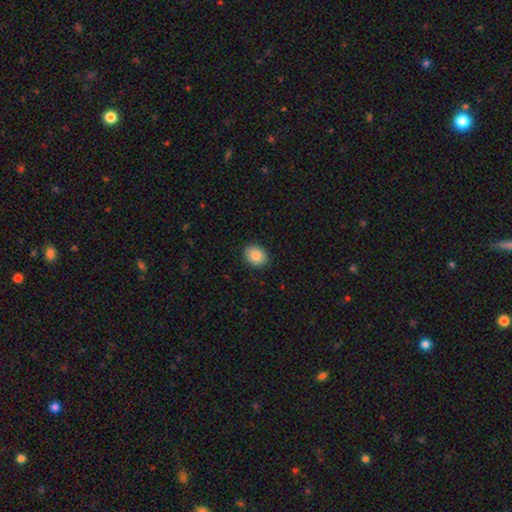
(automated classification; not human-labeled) A smooth galaxy with no disk features (88%) that is in between round and cigar-shaped (52%).

Vote fractions:
- Smooth or featured? smooth: 88% / star or artifact: 8% / featured or disk: 4%
- How rounded? in between: 52% / round: 47% / cigar-shaped: 1%
- Merging? none: 89% / minor disturbance: 8% / major disturbance: 2% / merger: 1%